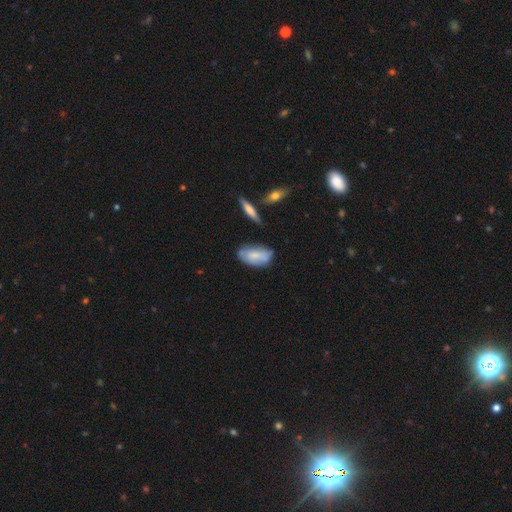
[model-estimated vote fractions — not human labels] Smooth or featured: smooth — 65% (featured or disk — 29%)
How rounded: in between — 91% (round — 5%)
Merging: none — 61% (minor disturbance — 28%)